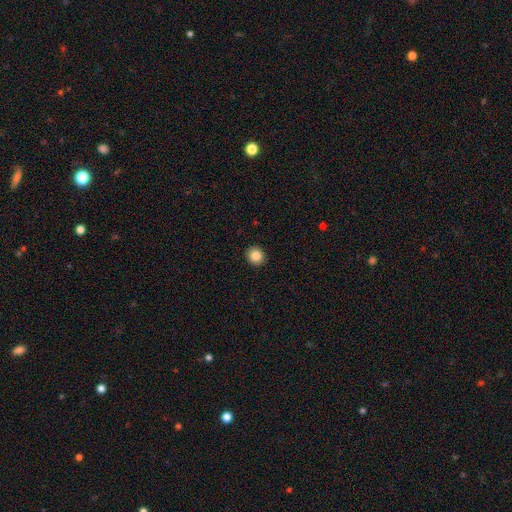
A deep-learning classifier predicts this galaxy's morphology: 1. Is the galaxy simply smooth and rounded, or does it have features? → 85% smooth, 10% star or artifact, 6% featured or disk.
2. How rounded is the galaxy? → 88% round, 11% in between, 1% cigar-shaped.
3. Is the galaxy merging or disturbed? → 93% none, 5% minor disturbance, 2% major disturbance, 1% merger.